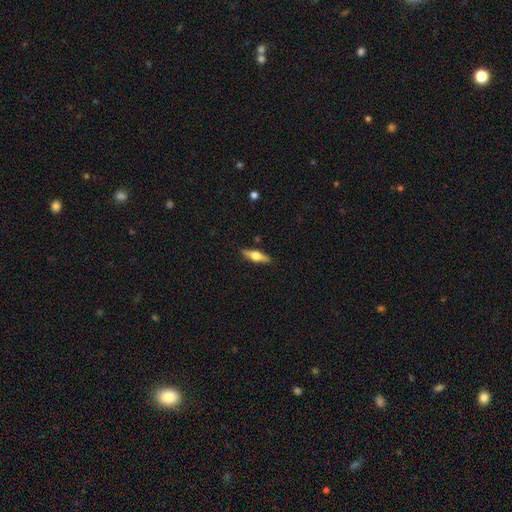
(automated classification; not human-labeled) A featured or disk galaxy (54%) viewed edge-on (94%) with a rounded central bulge (94%).

Vote fractions:
- Smooth or featured? featured or disk: 54% / smooth: 40% / star or artifact: 6%
- Edge-on disk? yes: 94% / no: 6%
- Edge-on bulge? rounded: 94% / boxy: 5% / none: 2%
- Merging? none: 88% / minor disturbance: 9% / major disturbance: 2% / merger: 1%